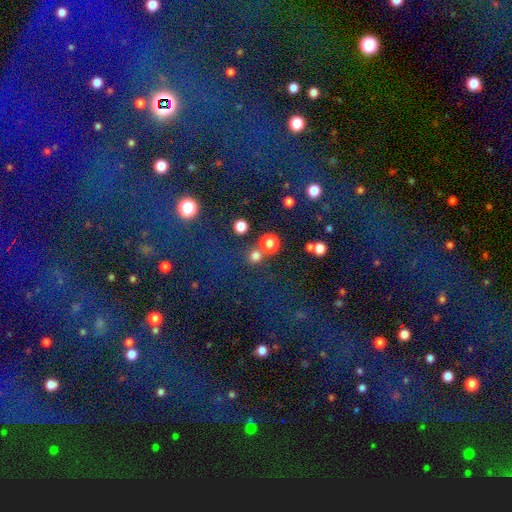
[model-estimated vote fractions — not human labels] Smooth or featured: smooth — 76% (star or artifact — 19%)
How rounded: round — 91% (in between — 8%)
Merging: none — 70% (merger — 20%)